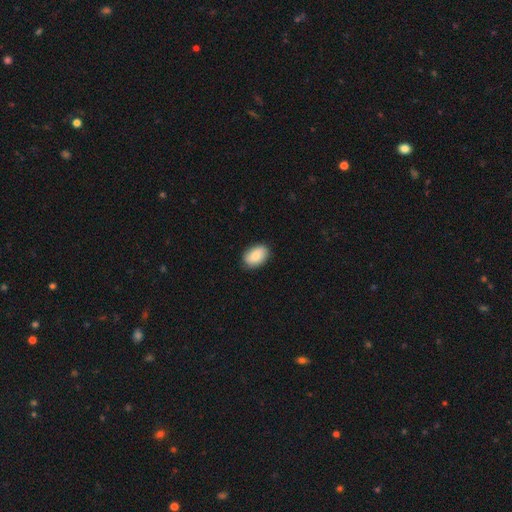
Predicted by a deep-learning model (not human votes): A smooth galaxy with no disk features (85%) that is in between round and cigar-shaped (89%).

Vote fractions:
- Smooth or featured? smooth: 85% / featured or disk: 9% / star or artifact: 6%
- How rounded? in between: 89% / round: 9% / cigar-shaped: 1%
- Merging? none: 85% / minor disturbance: 11% / major disturbance: 2% / merger: 1%